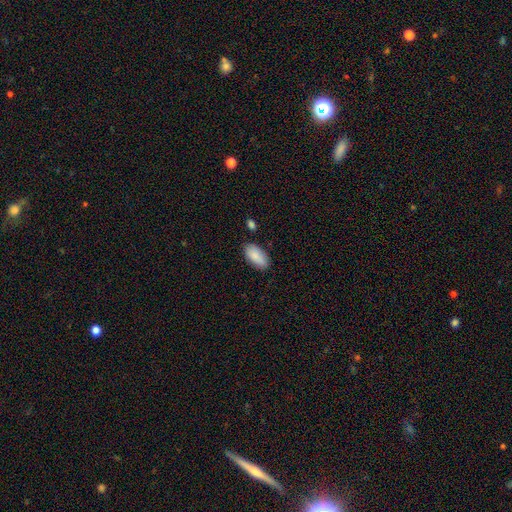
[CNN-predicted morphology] This appears to be a smooth galaxy with no disk features (88%) that is in between round and cigar-shaped (93%). Merging: none (80%).